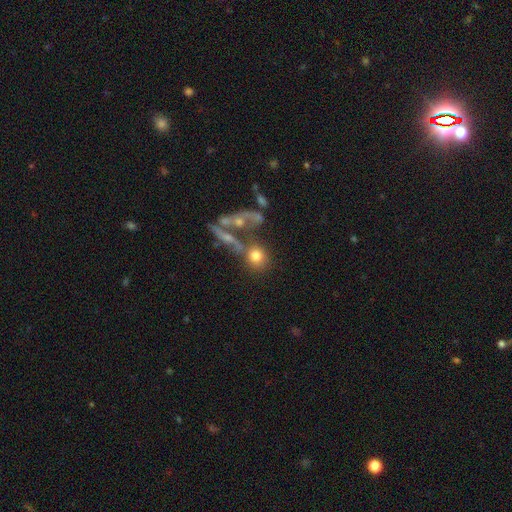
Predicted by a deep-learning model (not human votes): Smooth or featured? Predicted: smooth (p=0.72). How rounded? Predicted: round (p=0.81). Merging? Predicted: none (p=0.48).